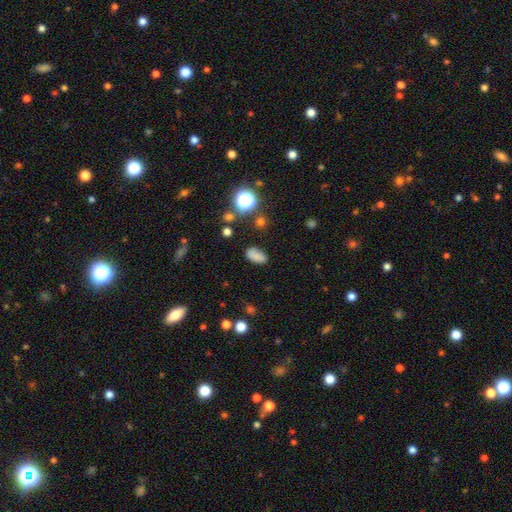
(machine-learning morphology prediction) Smooth or featured? Predicted: smooth (p=0.75). How rounded? Predicted: in between (p=0.89). Merging? Predicted: none (p=0.71).